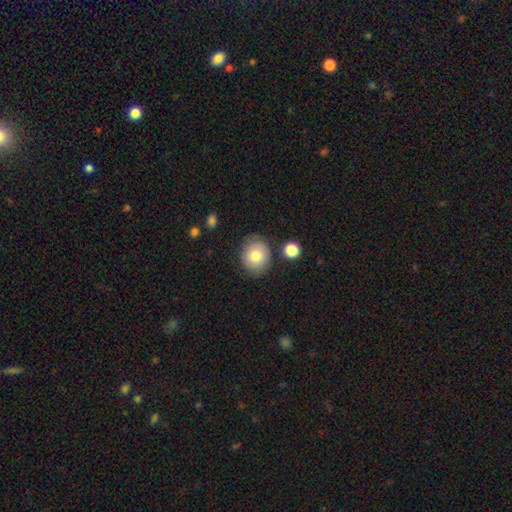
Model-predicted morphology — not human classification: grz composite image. It shows a smooth galaxy with no disk features (79%) that is round (65%). Merging: none (79%).